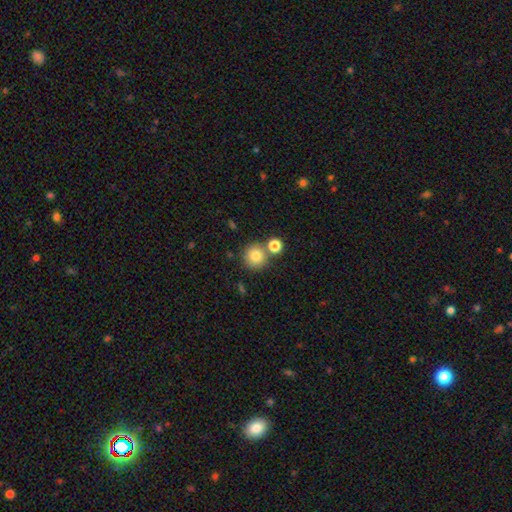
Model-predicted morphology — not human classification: The model was most divided on "merging": none: 70%, merger: 19%, minor disturbance: 8%, major disturbance: 3%. More confident: how rounded — round (93%); smooth or featured — smooth (80%).